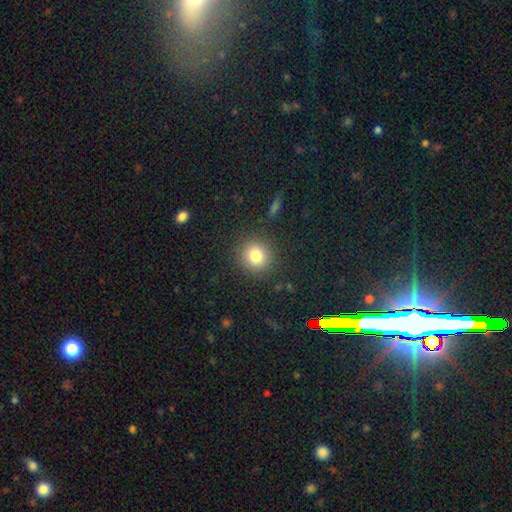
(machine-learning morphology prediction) Overall: smooth (80%). How rounded: round (90%). Merging: none (89%).